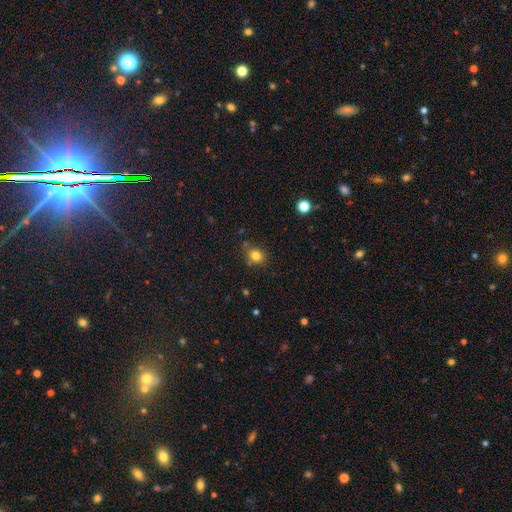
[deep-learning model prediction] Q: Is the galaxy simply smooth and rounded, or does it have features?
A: smooth — 80%.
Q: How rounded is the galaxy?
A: round — 65%.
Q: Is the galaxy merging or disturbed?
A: none — 74%.